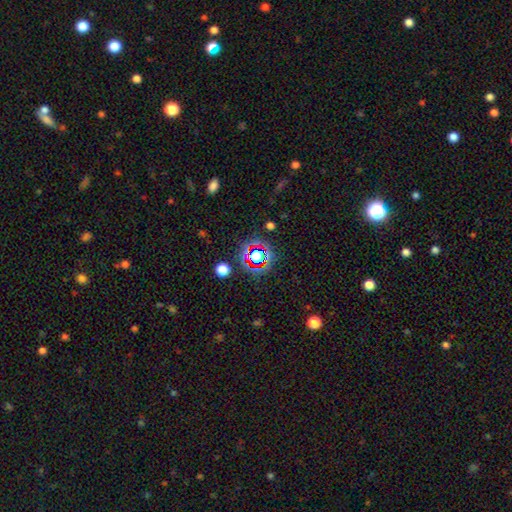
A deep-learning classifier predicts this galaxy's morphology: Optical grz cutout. It shows a star or artifact, not a galaxy (60%).